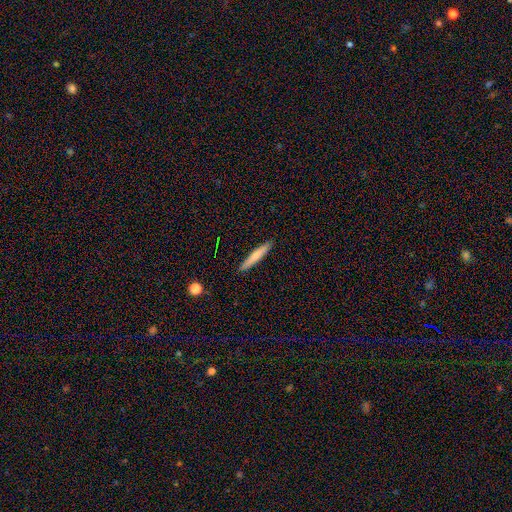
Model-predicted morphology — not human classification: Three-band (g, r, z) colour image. It shows a smooth galaxy with no disk features (71%) that is cigar-shaped (93%). Merging: none (90%).